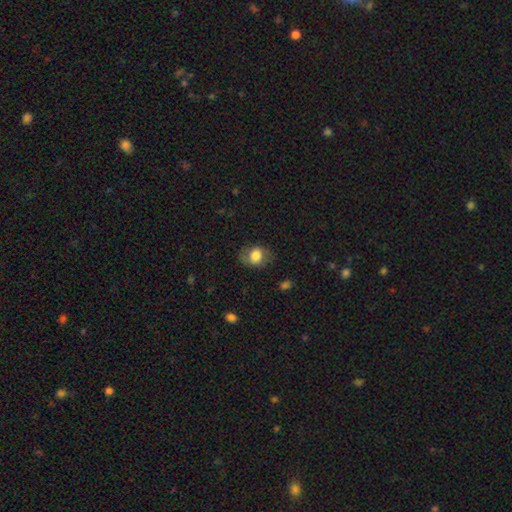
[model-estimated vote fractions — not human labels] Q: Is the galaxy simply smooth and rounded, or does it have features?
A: smooth — 71%.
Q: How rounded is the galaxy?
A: in between — 55%.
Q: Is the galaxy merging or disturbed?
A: none — 70%.